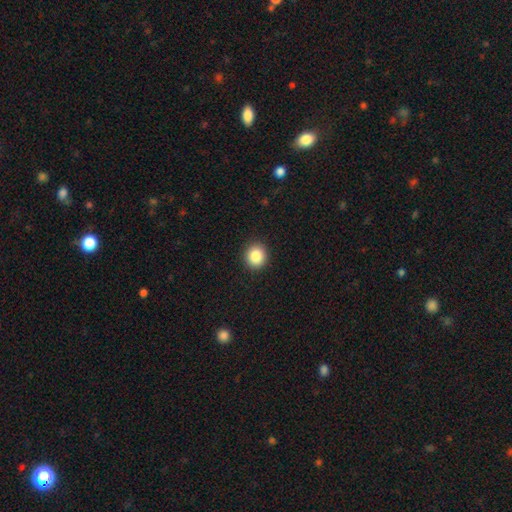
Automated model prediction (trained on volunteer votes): smooth_or_featured: smooth (p=0.86) [alt: star or artifact p=0.09]
how_rounded: round (p=0.87) [alt: in between p=0.12]
merging: none (p=0.92) [alt: minor disturbance p=0.06]